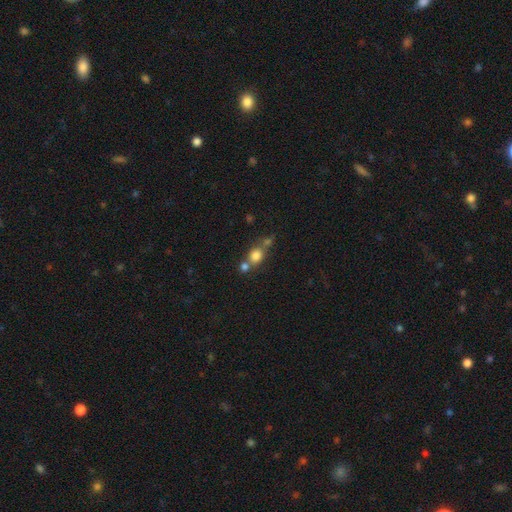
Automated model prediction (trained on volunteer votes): Smooth or featured? Predicted: smooth (p=0.78). How rounded? Predicted: round (p=0.68). Merging? Predicted: none (p=0.45).